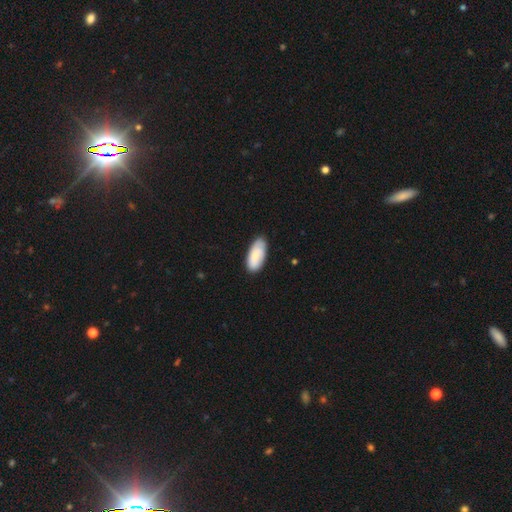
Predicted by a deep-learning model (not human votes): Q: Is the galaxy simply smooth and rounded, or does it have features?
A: smooth — 81%.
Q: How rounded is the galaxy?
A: in between — 90%.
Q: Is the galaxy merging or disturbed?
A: none — 78%.